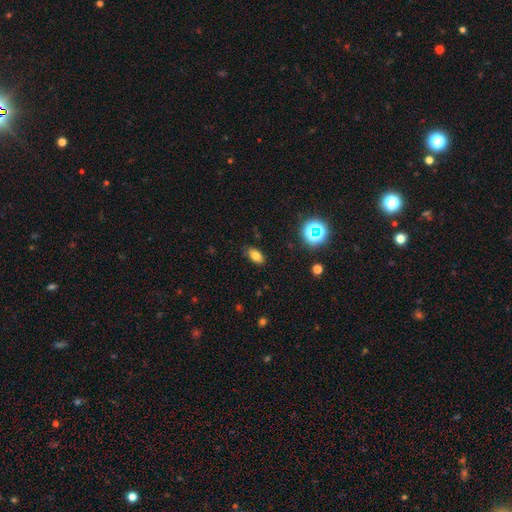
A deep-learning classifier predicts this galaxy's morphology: The model was most divided on "smooth or featured": smooth: 76%, star or artifact: 14%, featured or disk: 10%. More confident: how rounded — in between (89%); merging — none (85%).